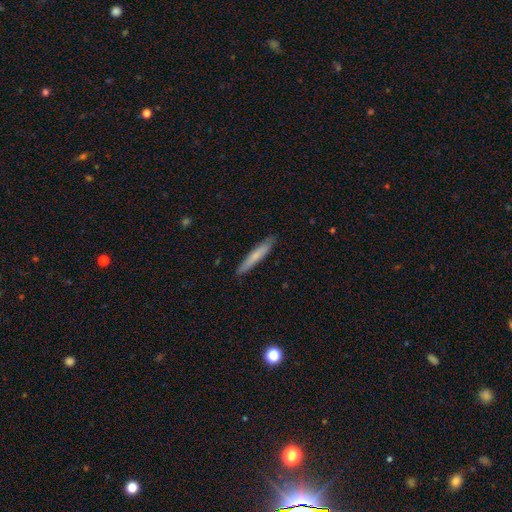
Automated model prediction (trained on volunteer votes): Q: Smooth or featured?
A: smooth (69%); runner-up: featured or disk (26%)
Q: How rounded?
A: cigar-shaped (94%); runner-up: in between (5%)
Q: Merging?
A: none (89%); runner-up: minor disturbance (9%)